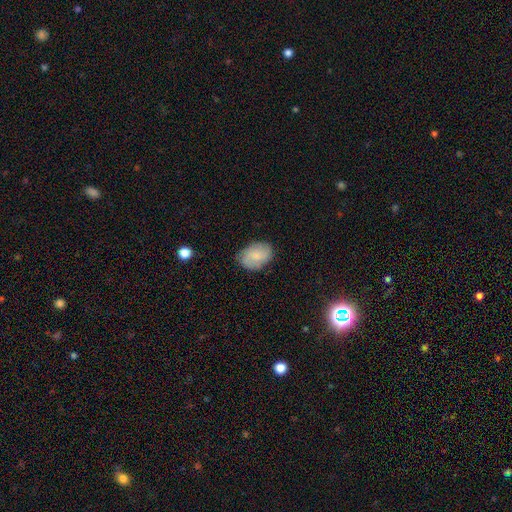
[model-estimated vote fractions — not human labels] The model was most divided on "smooth or featured": smooth: 57%, featured or disk: 36%, star or artifact: 8%. More confident: how rounded — in between (79%); merging — none (76%).